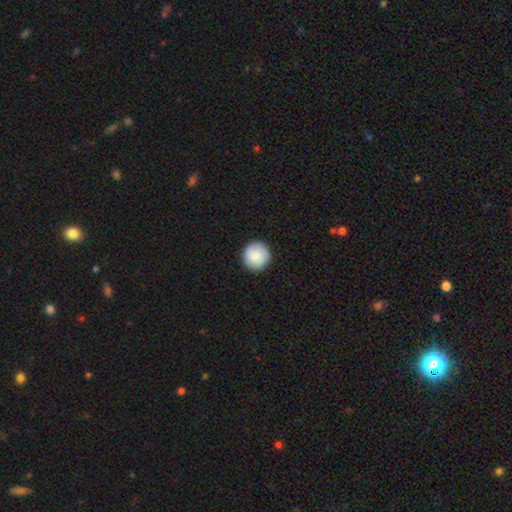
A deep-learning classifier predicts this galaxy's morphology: This is clearly a smooth galaxy (86%). How rounded: clearly round (96%). Merging: clearly none (91%).